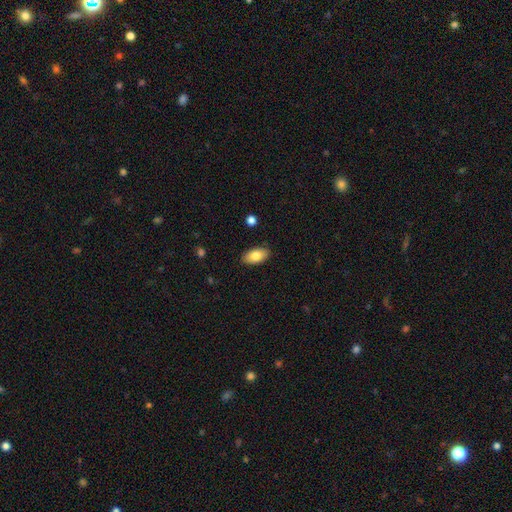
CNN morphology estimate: smooth_or_featured: smooth (p=0.81) [alt: featured or disk p=0.12]
how_rounded: in between (p=0.93) [alt: round p=0.03]
merging: none (p=0.88) [alt: minor disturbance p=0.09]